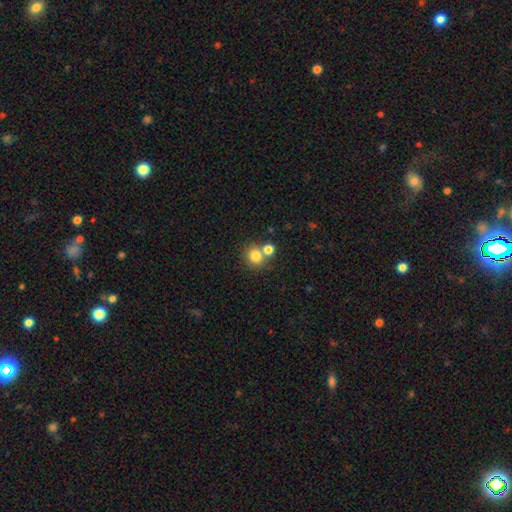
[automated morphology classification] This appears to be a smooth galaxy with no disk features (80%) that is round (87%). Merging: none (60%).